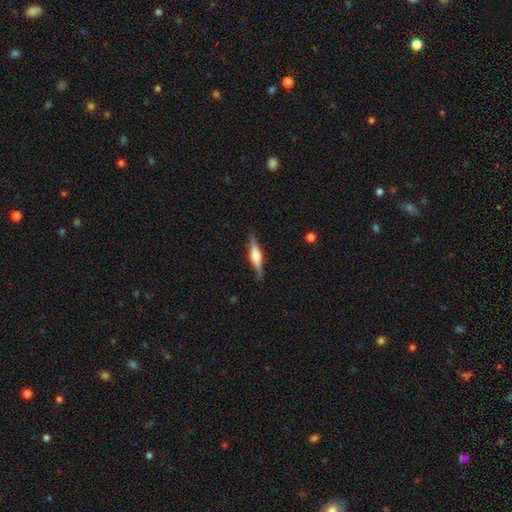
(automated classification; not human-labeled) Smooth or featured: featured or disk — 63% (smooth — 31%)
Edge-on disk: yes — 96% (no — 4%)
Edge-on bulge: rounded — 72% (boxy — 23%)
Merging: none — 86% (minor disturbance — 11%)